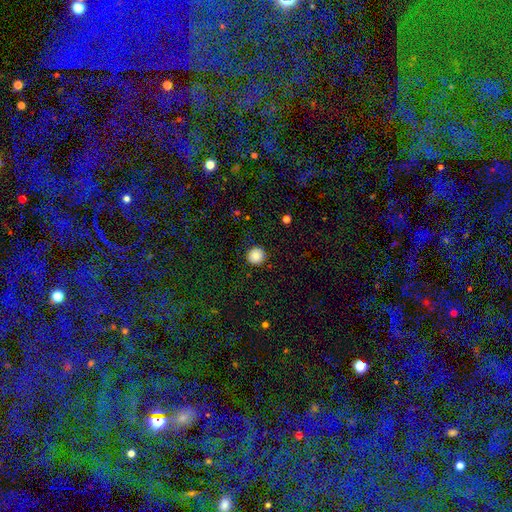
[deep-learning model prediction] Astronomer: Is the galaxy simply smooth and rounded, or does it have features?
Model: smooth — 86%.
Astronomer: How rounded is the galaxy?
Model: round — 93%.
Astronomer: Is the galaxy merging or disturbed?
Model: none — 89%.